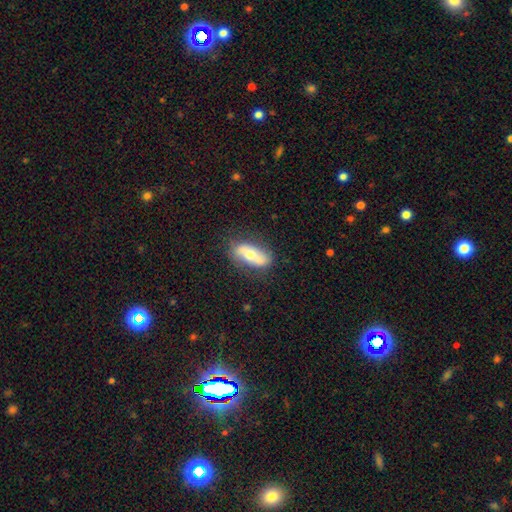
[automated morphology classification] Q: Smooth or featured?
A: smooth (55%); runner-up: featured or disk (38%)
Q: How rounded?
A: in between (72%); runner-up: cigar-shaped (25%)
Q: Merging?
A: none (79%); runner-up: minor disturbance (16%)